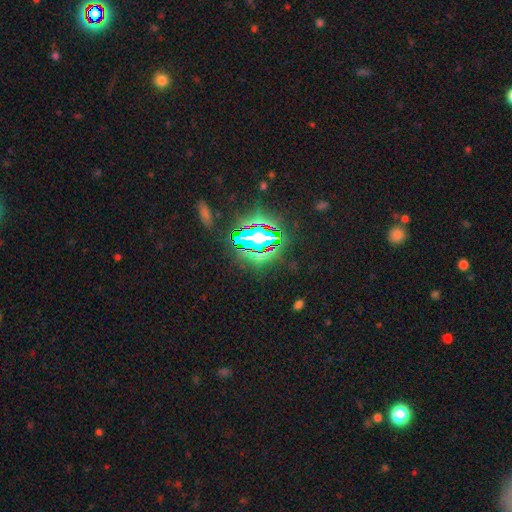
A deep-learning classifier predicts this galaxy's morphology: Smooth or featured? star or artifact (83%)